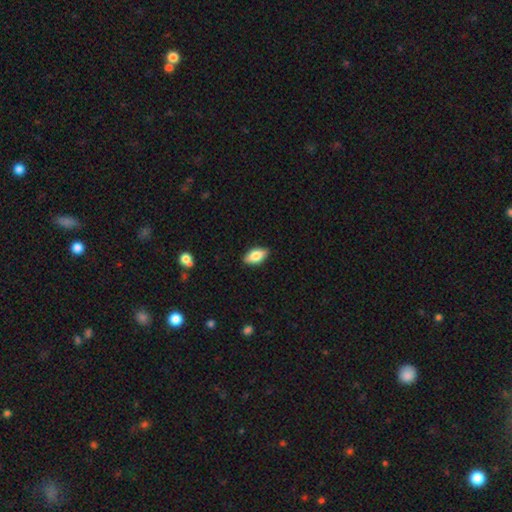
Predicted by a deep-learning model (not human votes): smooth 72%, featured or disk 21%, star or artifact 7%. Down the decision tree: how rounded — in between (88%); merging — none (86%).